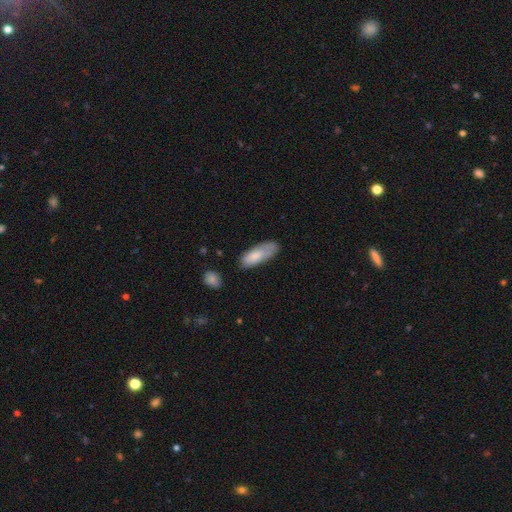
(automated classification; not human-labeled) This is clearly a smooth galaxy (81%). How rounded: likely in between (68%). Merging: likely none (62%).